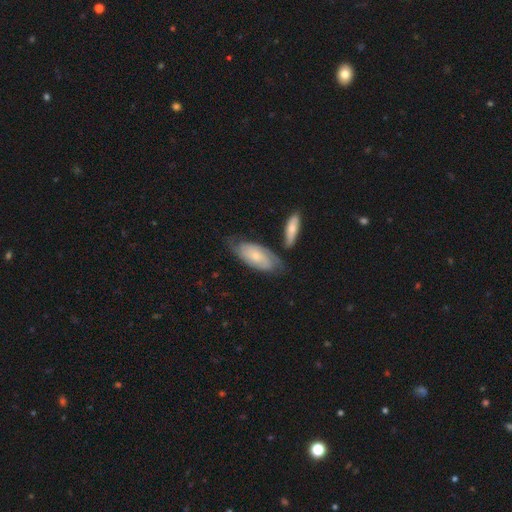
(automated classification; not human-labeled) Smooth or featured? featured or disk (61%)
Edge-on disk? no (90%)
Bar? no (72%)
Spiral arms? yes (89%)
Bulge size? small (63%)
Merging? none (59%)